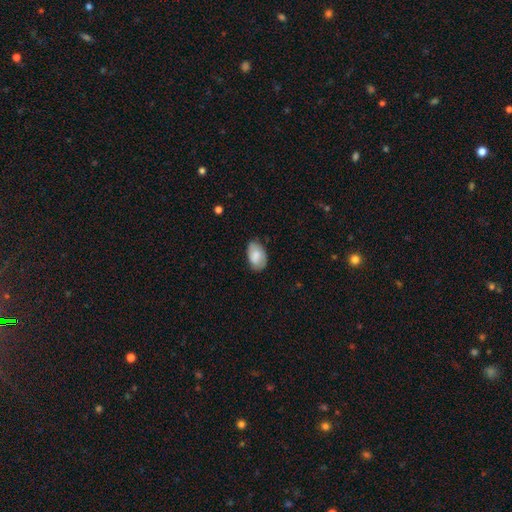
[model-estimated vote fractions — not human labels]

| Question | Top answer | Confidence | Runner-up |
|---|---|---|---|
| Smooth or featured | smooth | 76% | featured or disk (17%) |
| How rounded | in between | 92% | round (7%) |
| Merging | none | 77% | minor disturbance (18%) |